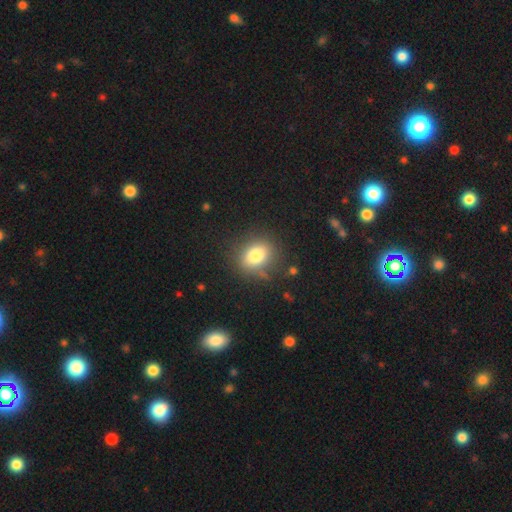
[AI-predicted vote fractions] A smooth galaxy with no disk features (78%) that is round (51%). Merging: none (79%).